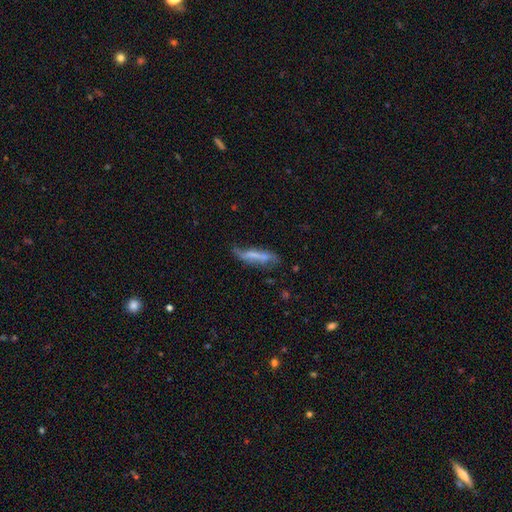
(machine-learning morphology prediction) A featured or disk galaxy (47%). Merging: none (47%).